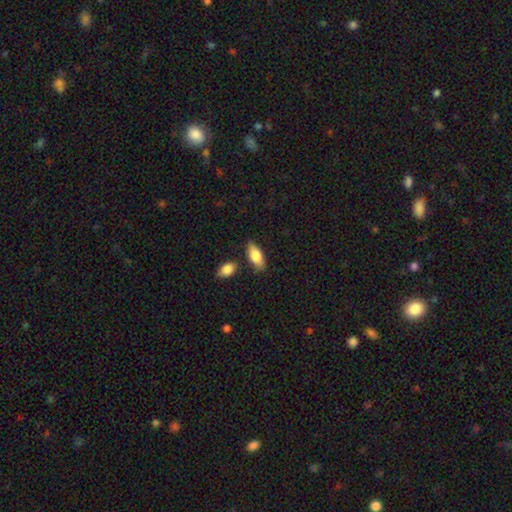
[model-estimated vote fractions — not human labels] Smooth or featured? Predicted: smooth (p=0.76). How rounded? Predicted: in between (p=0.82). Merging? Predicted: none (p=0.74).